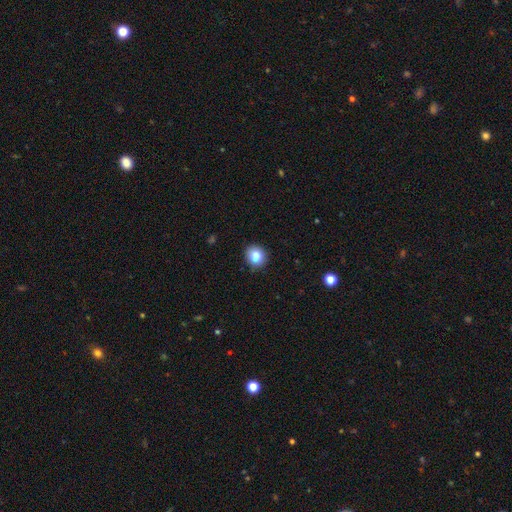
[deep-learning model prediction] smooth 85%, star or artifact 9%, featured or disk 6%. Down the decision tree: how rounded — round (81%); merging — none (89%).